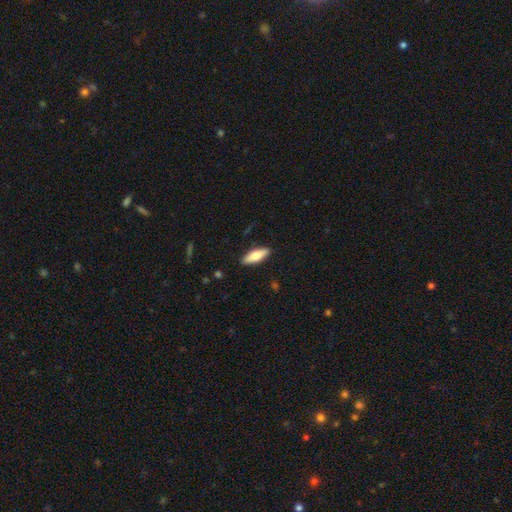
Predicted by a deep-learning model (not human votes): Morphology: type=smooth (68%); roundness=in between (55%); merging=none (88%).